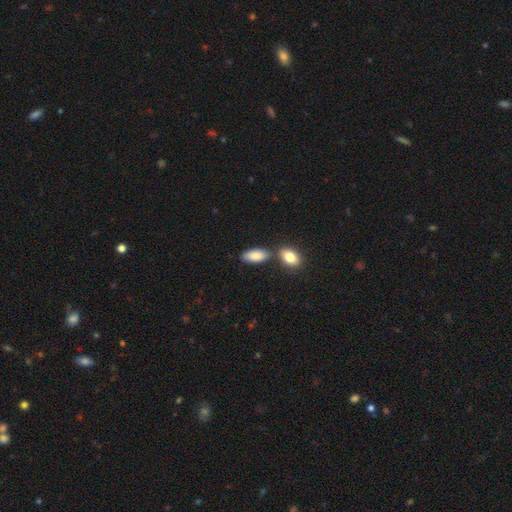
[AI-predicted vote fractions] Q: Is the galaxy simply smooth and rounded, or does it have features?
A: smooth — 85%.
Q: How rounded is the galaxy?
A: in between — 87%.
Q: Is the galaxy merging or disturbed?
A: none — 64%.